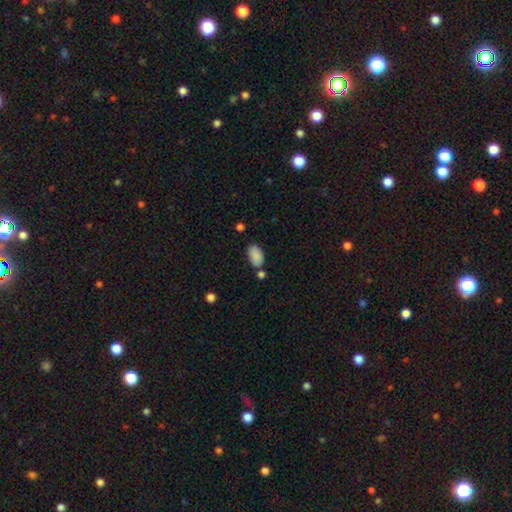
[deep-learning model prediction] This appears to be a smooth galaxy with no disk features (89%) that is in between round and cigar-shaped (94%). Merging: none (71%).